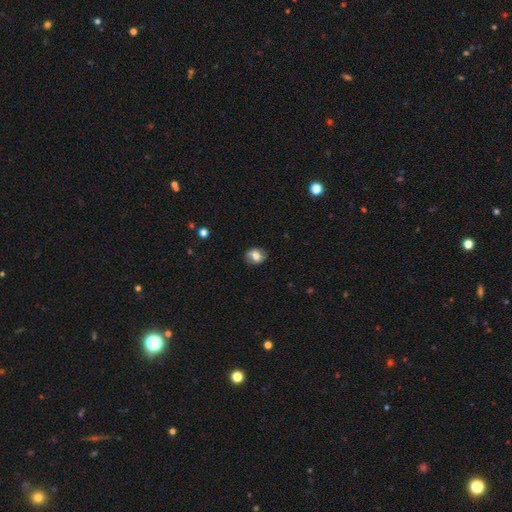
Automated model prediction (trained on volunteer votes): The model was most divided on "how rounded": round: 50%, in between: 49%, cigar-shaped: 1%. More confident: merging — none (84%); smooth or featured — smooth (75%).